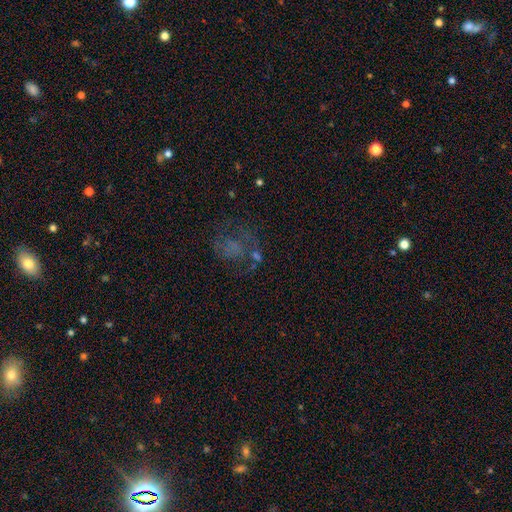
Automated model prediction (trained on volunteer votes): A featured or disk galaxy (38%). Merging: none (44%).